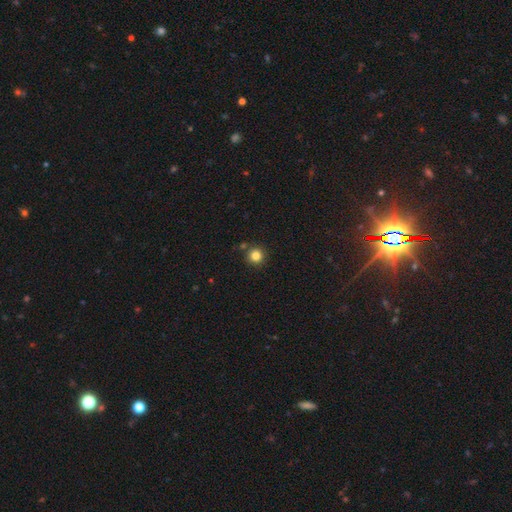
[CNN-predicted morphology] Smooth or featured: smooth — 82% (star or artifact — 13%)
How rounded: round — 95% (in between — 4%)
Merging: none — 87% (minor disturbance — 6%)